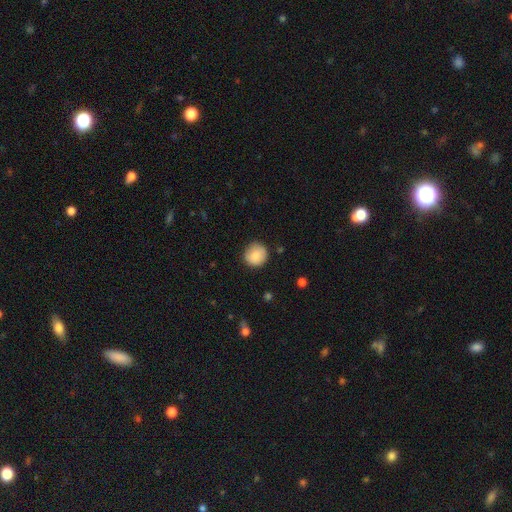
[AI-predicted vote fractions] Morphology: type=smooth (86%); roundness=round (91%); merging=none (83%).